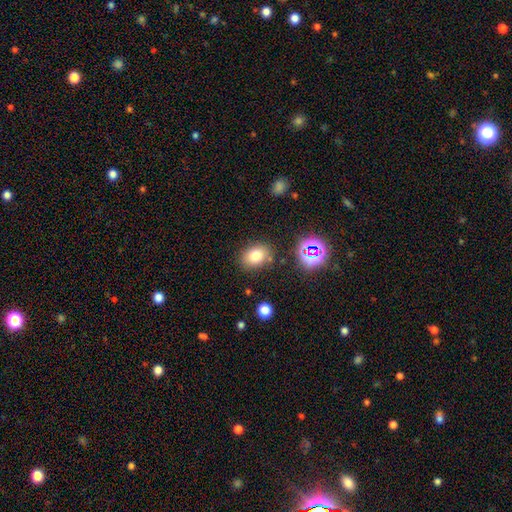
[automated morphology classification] The model was most divided on "how rounded": in between: 67%, round: 32%, cigar-shaped: 1%. More confident: merging — none (81%); smooth or featured — smooth (76%).